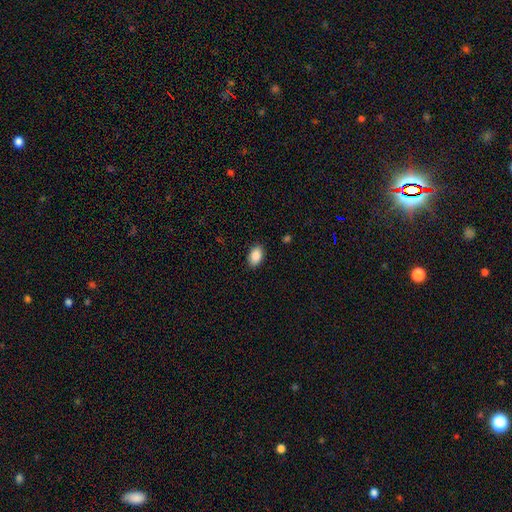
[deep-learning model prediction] smooth 88%, star or artifact 7%, featured or disk 4%. Down the decision tree: how rounded — in between (90%); merging — none (88%).